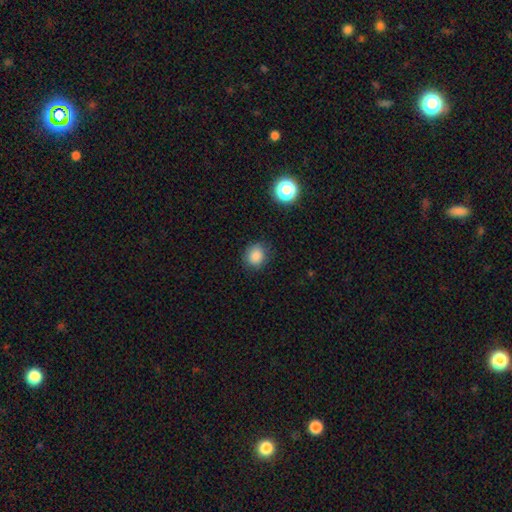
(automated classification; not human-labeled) Smooth or featured? smooth (85%)
How rounded? round (79%)
Merging? none (85%)